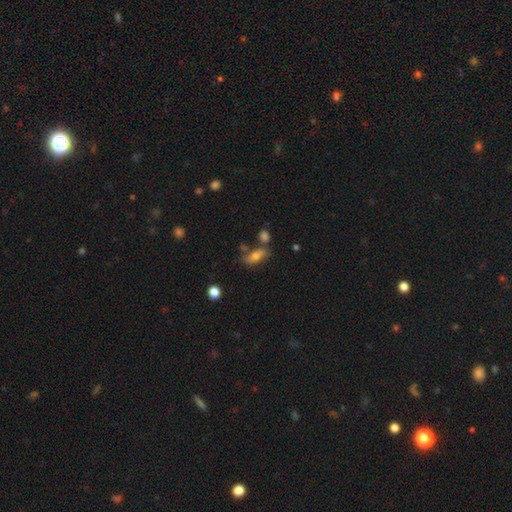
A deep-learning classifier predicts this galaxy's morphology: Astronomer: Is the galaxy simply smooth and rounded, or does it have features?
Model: smooth — 65%.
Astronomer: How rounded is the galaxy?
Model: in between — 74%.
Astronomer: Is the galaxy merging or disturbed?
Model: none — 59%.